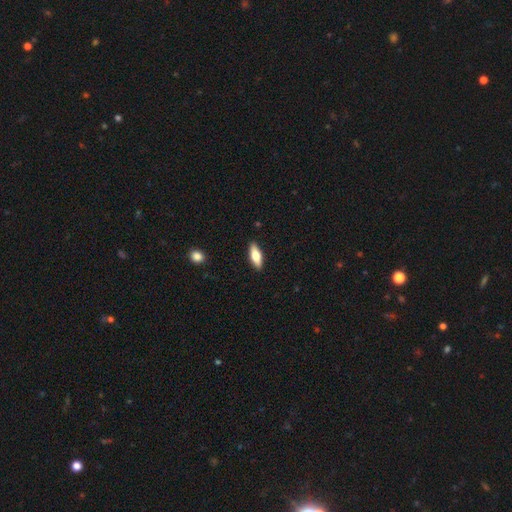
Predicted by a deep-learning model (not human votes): smooth-or-featured: smooth: 66% | featured or disk: 28% | star or artifact: 6%
  how-rounded: in between: 63% | cigar-shaped: 34% | round: 2%
  merging: none: 89% | minor disturbance: 8% | major disturbance: 2% | merger: 1%